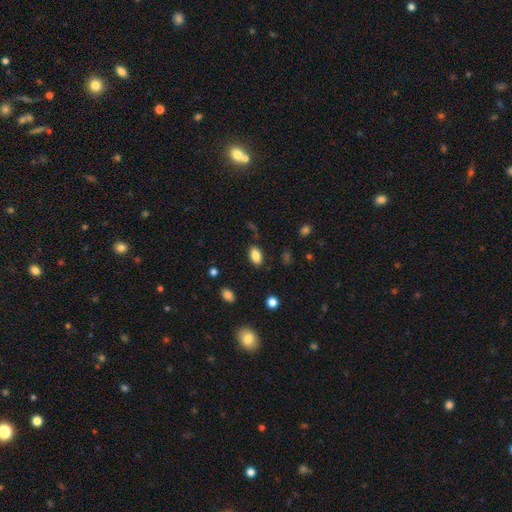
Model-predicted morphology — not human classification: The model was most divided on "merging": none: 82%, minor disturbance: 13%, major disturbance: 4%, merger: 2%. More confident: how rounded — in between (92%); smooth or featured — smooth (85%).